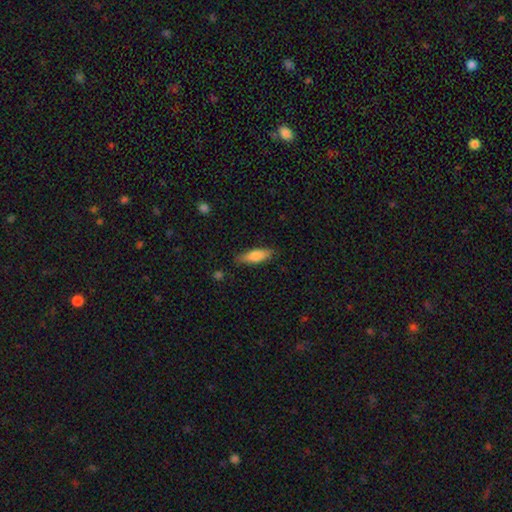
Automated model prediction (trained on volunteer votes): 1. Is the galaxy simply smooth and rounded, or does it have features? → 77% smooth, 16% featured or disk, 6% star or artifact.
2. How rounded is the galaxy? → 54% in between, 44% cigar-shaped, 2% round.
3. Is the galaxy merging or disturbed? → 81% none, 15% minor disturbance, 3% major disturbance, 1% merger.